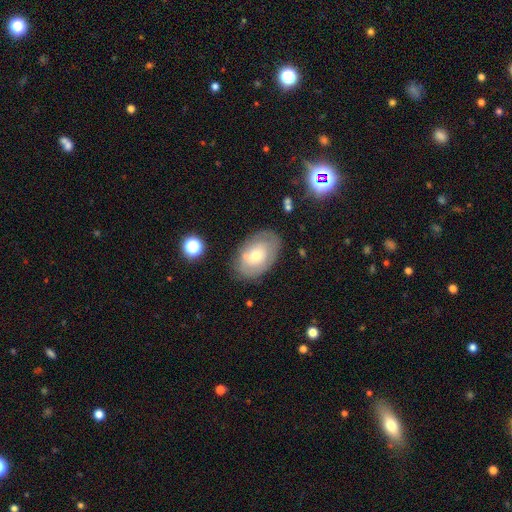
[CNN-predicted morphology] A featured or disk galaxy (47%).

Vote fractions:
- Smooth or featured? featured or disk: 47% / smooth: 45% / star or artifact: 8%
- Merging? none: 71% / minor disturbance: 19% / major disturbance: 6% / merger: 5%